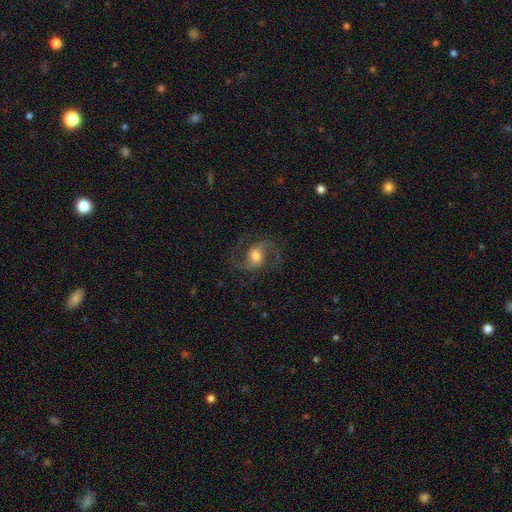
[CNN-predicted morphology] A featured or disk galaxy (87%) with no bar (43%, tied with weak), 2 (93%) medium (58%) spiral arms (97%) and a moderate central bulge (63%).

Vote fractions:
- Smooth or featured? featured or disk: 87% / smooth: 7% / star or artifact: 6%
- Edge-on disk? no: 98% / yes: 2%
- Bar? no: 43% (tied) / weak: 43% (tied) / strong: 13%
- Spiral arms? yes: 97% / no: 3%
- Spiral winding? medium: 58% / loose: 32% / tight: 10%
- Spiral arm count? 2: 93% / can't tell: 2% / 3: 1% / 1: 1% / 4: 1% / more than 4: 1%
- Bulge size? moderate: 63% / large: 21% / small: 13% / none: 2% / dominant: 2%
- Merging? none: 78% / minor disturbance: 12% / major disturbance: 9% / merger: 1%